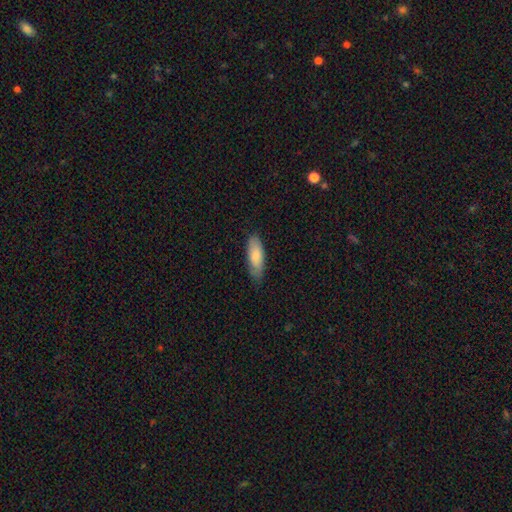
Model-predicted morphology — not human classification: A smooth galaxy with no disk features (81%) that is in between round and cigar-shaped (72%).

Vote fractions:
- Smooth or featured? smooth: 81% / featured or disk: 13% / star or artifact: 6%
- How rounded? in between: 72% / cigar-shaped: 26% / round: 2%
- Merging? none: 71% / minor disturbance: 24% / major disturbance: 4% / merger: 1%